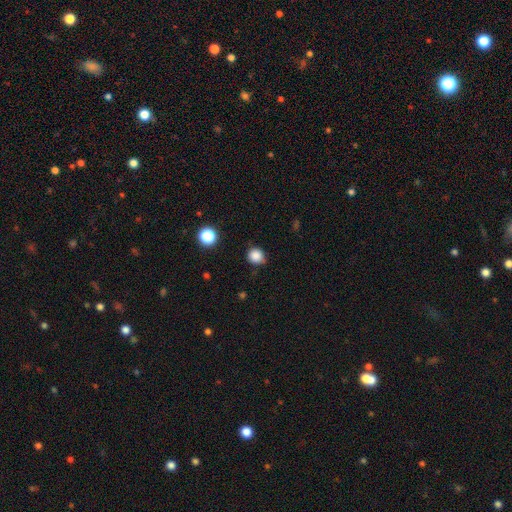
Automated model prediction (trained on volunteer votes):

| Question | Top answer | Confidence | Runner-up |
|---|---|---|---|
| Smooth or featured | smooth | 85% | star or artifact (11%) |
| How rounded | round | 88% | in between (11%) |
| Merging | none | 79% | minor disturbance (16%) |